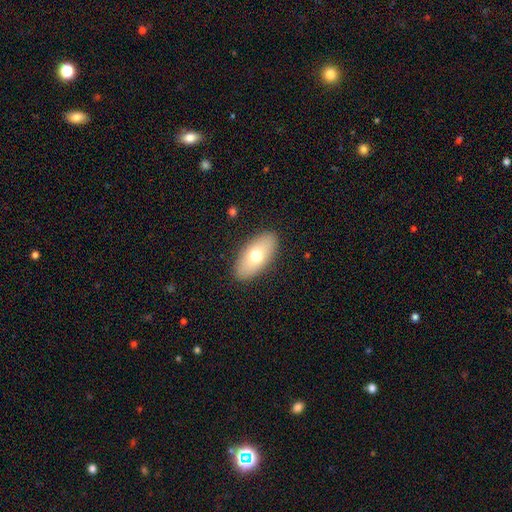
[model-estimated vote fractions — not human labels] Smooth or featured?
  - smooth: 68% *
  - featured or disk: 25%
  - star or artifact: 7%
How rounded?
  - in between: 91% *
  - cigar-shaped: 6%
  - round: 4%
Merging?
  - none: 88% *
  - minor disturbance: 8%
  - major disturbance: 2%
  - merger: 1%